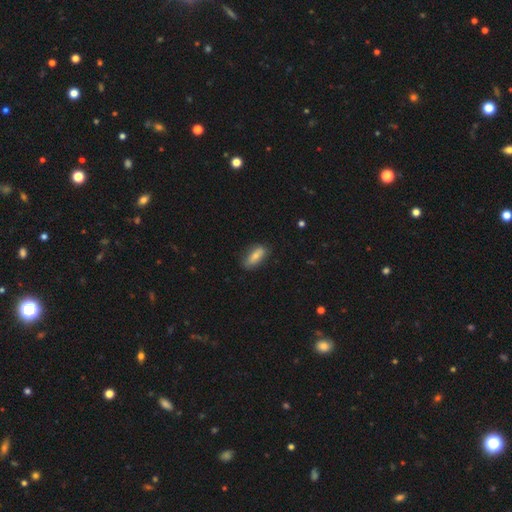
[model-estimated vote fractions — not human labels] smooth-or-featured: smooth: 71% | featured or disk: 22% | star or artifact: 7%
  how-rounded: in between: 73% | cigar-shaped: 23% | round: 3%
  merging: none: 77% | minor disturbance: 18% | major disturbance: 4% | merger: 1%